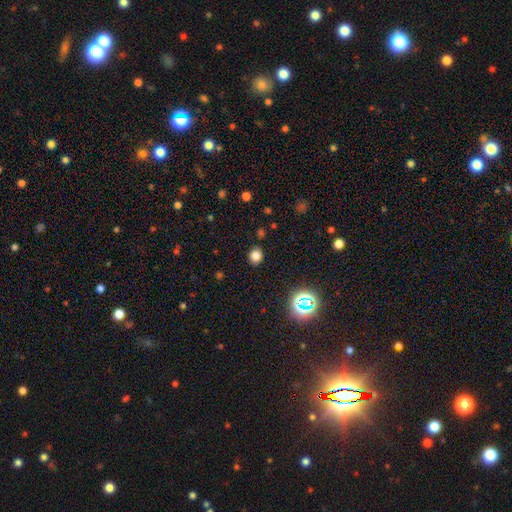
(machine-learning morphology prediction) smooth-or-featured: smooth: 77% | star or artifact: 17% | featured or disk: 5%
  how-rounded: round: 71% | in between: 28% | cigar-shaped: 1%
  merging: none: 87% | minor disturbance: 8% | major disturbance: 3% | merger: 2%